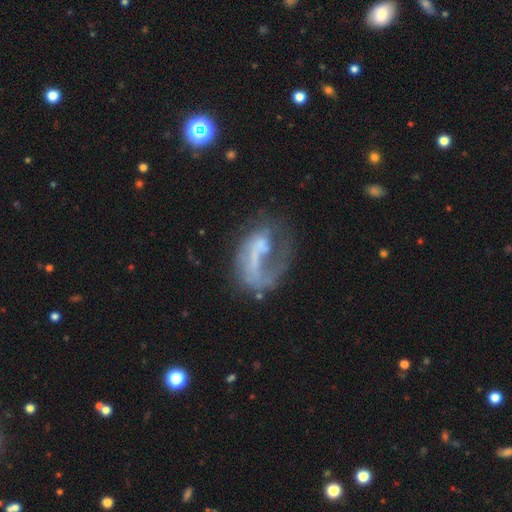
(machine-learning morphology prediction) Smooth or featured? Predicted: featured or disk (p=0.65). Edge-on disk? Predicted: no (p=0.97). Bar? Predicted: no (p=0.60). Spiral arms? Predicted: yes (p=0.57). Bulge size? Predicted: none (p=0.56). Merging? Predicted: major disturbance (p=0.42).